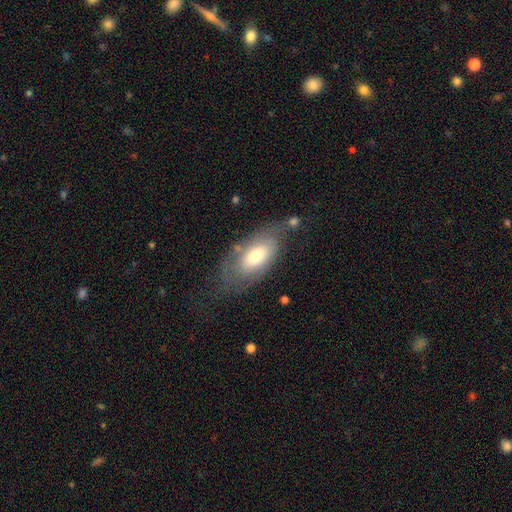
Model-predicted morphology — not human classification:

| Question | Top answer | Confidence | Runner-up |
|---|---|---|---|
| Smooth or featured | smooth | 52% | featured or disk (41%) |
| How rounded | in between | 91% | round (5%) |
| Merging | none | 51% | minor disturbance (25%) |